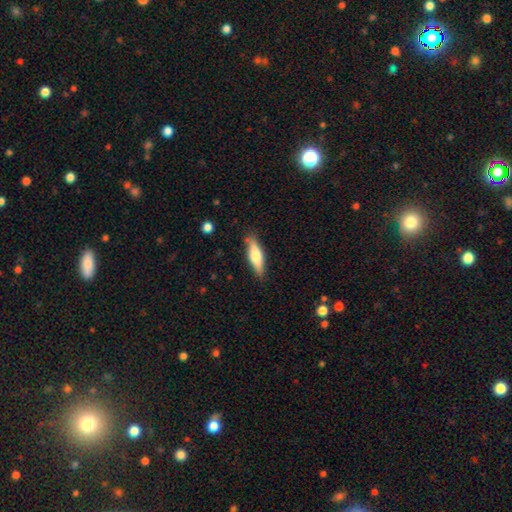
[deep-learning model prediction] A smooth galaxy with no disk features (57%) that is cigar-shaped (59%).

Vote fractions:
- Smooth or featured? smooth: 57% / featured or disk: 37% / star or artifact: 6%
- How rounded? cigar-shaped: 59% / in between: 39% / round: 2%
- Merging? none: 83% / minor disturbance: 13% / major disturbance: 2% / merger: 2%